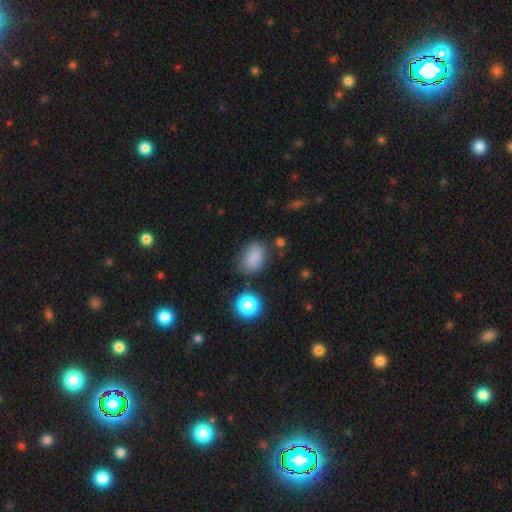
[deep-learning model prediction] The model was most divided on "merging": none: 73%, minor disturbance: 18%, major disturbance: 5%, merger: 4%. More confident: smooth or featured — smooth (84%); how rounded — in between (78%).